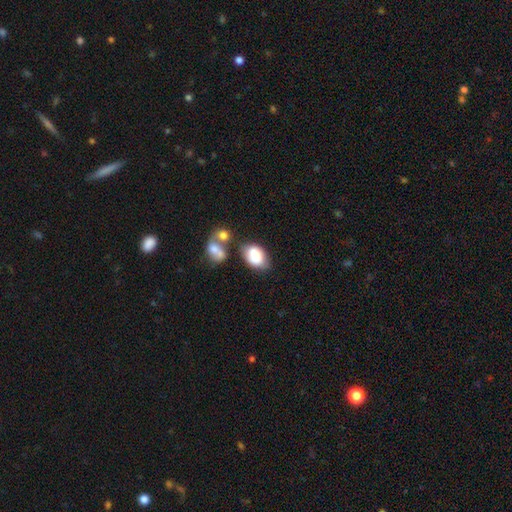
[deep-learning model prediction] A smooth galaxy with no disk features (79%) that is in between round and cigar-shaped (87%). Merging: none (43%).